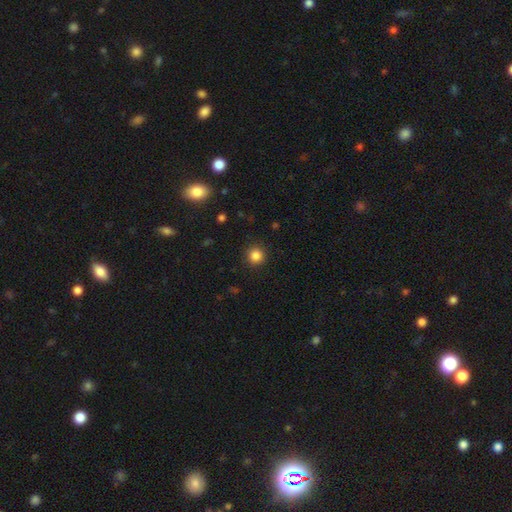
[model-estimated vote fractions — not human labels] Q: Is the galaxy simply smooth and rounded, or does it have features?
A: smooth — 85%.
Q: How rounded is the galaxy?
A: round — 94%.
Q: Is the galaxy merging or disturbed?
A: none — 91%.